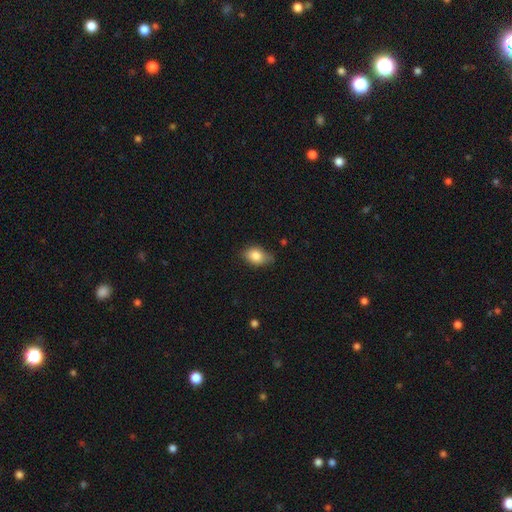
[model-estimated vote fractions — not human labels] Q: Smooth or featured?
A: smooth (83%); runner-up: featured or disk (9%)
Q: How rounded?
A: in between (78%); runner-up: round (21%)
Q: Merging?
A: none (65%); runner-up: minor disturbance (29%)